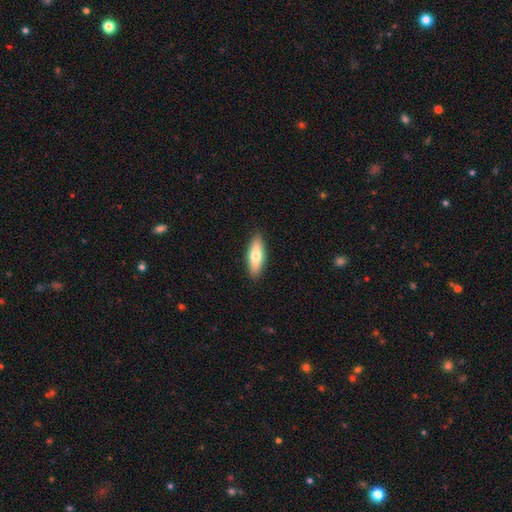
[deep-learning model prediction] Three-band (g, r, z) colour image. It shows a smooth galaxy with no disk features (68%) that is in between round and cigar-shaped (61%). Merging: none (89%).